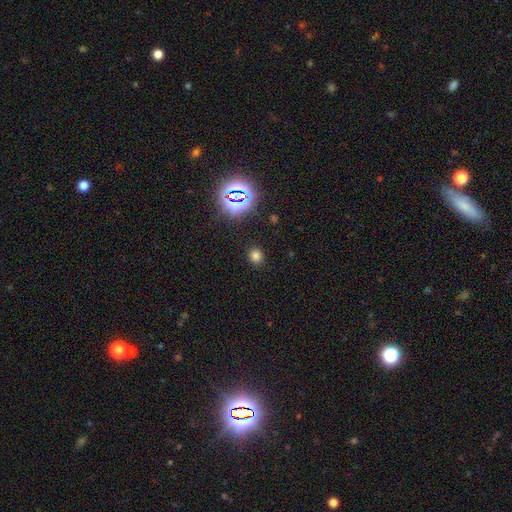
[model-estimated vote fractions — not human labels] Overall: smooth (72%). How rounded: round (80%). Merging: none (88%).